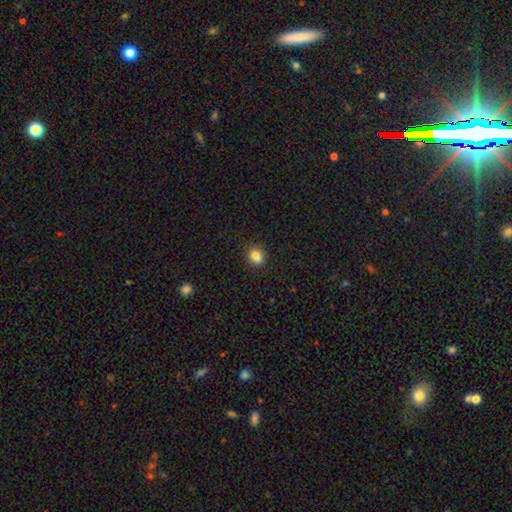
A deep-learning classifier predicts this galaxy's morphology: This is likely a smooth galaxy (80%). How rounded: likely round (61%). Merging: likely none (63%).